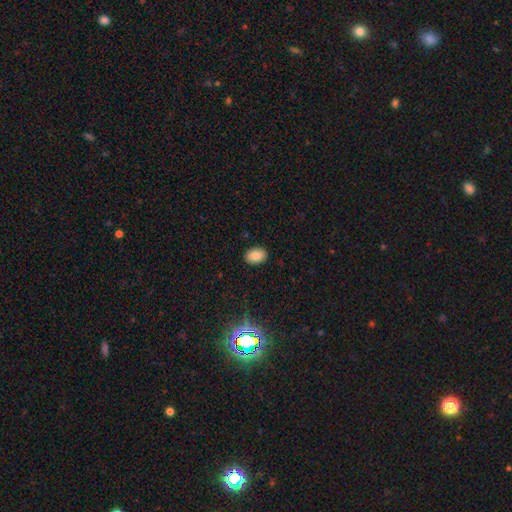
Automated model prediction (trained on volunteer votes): Smooth or featured?
  - smooth: 84% *
  - star or artifact: 10%
  - featured or disk: 6%
How rounded?
  - in between: 83% *
  - round: 15%
  - cigar-shaped: 1%
Merging?
  - none: 89% *
  - minor disturbance: 8%
  - major disturbance: 2%
  - merger: 1%